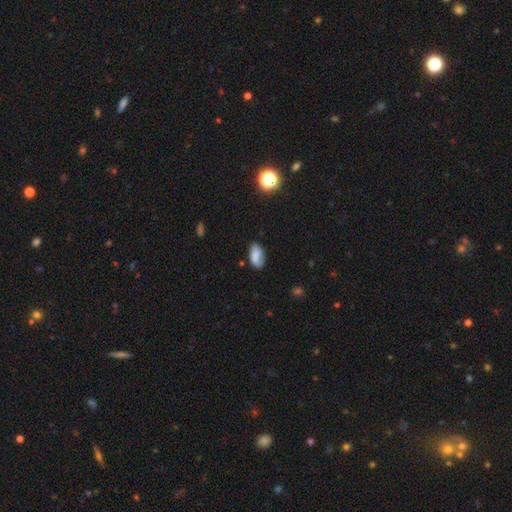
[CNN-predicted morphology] smooth_or_featured: smooth (p=0.67) [alt: featured or disk p=0.24]
how_rounded: in between (p=0.92) [alt: round p=0.05]
merging: none (p=0.66) [alt: minor disturbance p=0.25]